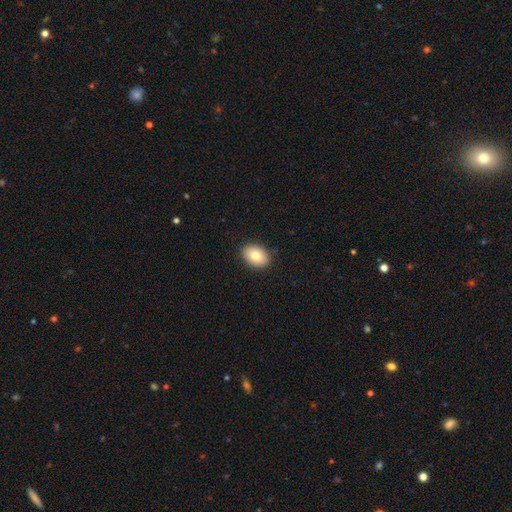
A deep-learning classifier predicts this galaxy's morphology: Overall: smooth (79%). How rounded: in between (77%). Merging: none (89%).